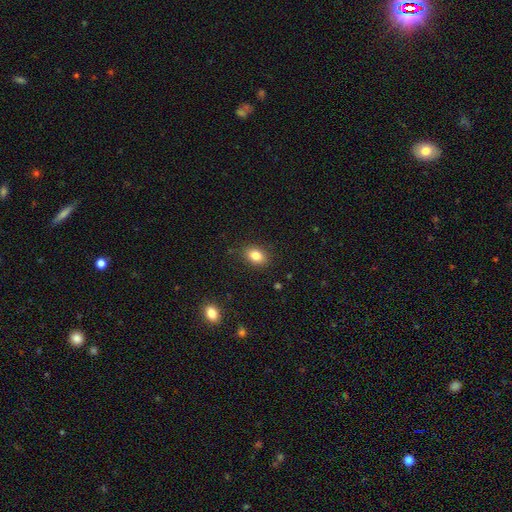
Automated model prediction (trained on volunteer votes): smooth-or-featured: smooth: 82% | star or artifact: 10% | featured or disk: 8%
  how-rounded: in between: 78% | round: 21% | cigar-shaped: 1%
  merging: none: 87% | minor disturbance: 10% | major disturbance: 3% | merger: 1%